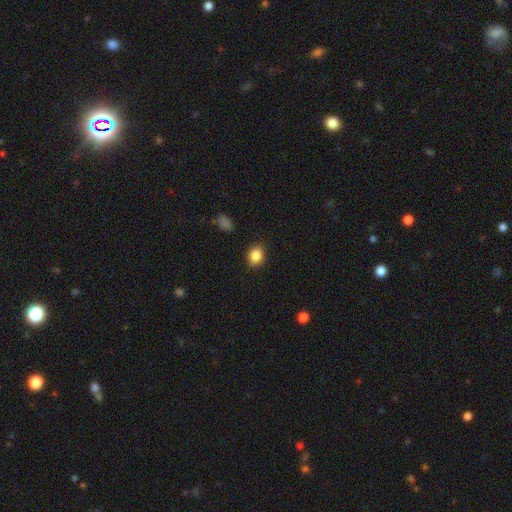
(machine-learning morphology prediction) Overall: smooth (86%). How rounded: in between (53%; round 46%). Merging: none (87%).